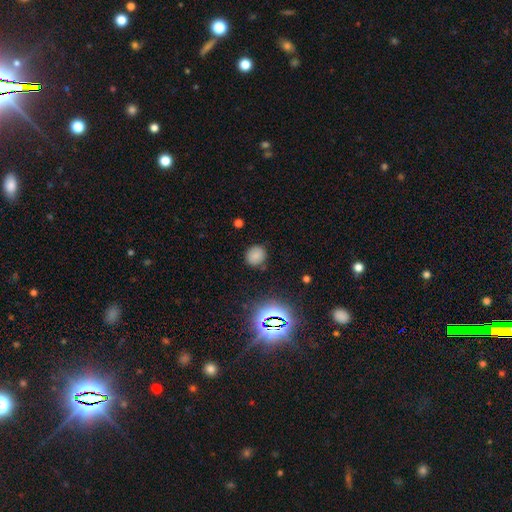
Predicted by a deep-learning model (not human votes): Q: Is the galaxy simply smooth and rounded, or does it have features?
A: smooth — 77%.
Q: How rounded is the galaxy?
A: round — 82%.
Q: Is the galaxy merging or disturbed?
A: none — 85%.